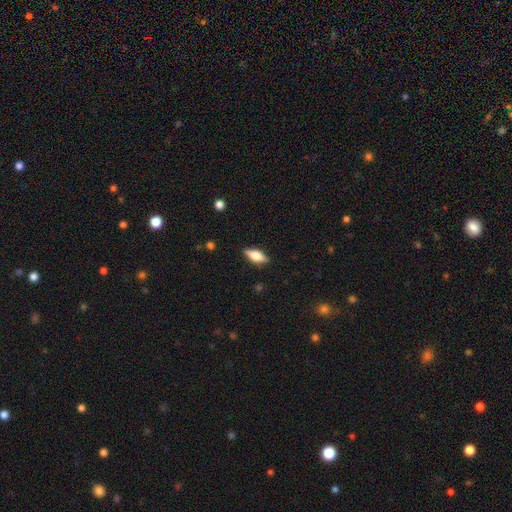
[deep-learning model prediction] Smooth or featured: smooth — 56% (featured or disk — 37%)
How rounded: in between — 73% (cigar-shaped — 24%)
Merging: none — 86% (minor disturbance — 11%)